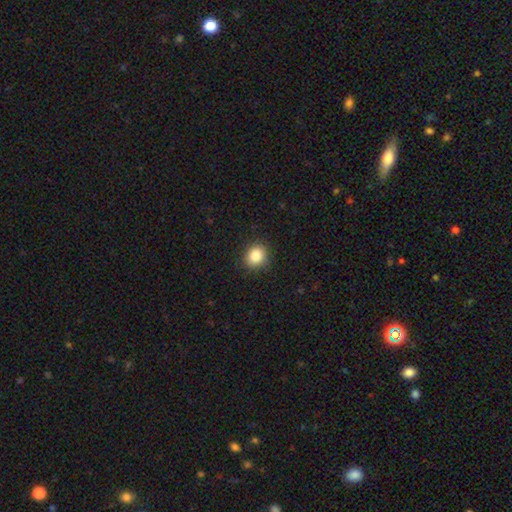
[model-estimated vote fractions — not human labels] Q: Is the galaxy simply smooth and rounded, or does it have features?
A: smooth — 85%.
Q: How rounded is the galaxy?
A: round — 73%.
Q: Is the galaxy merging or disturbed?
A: none — 88%.